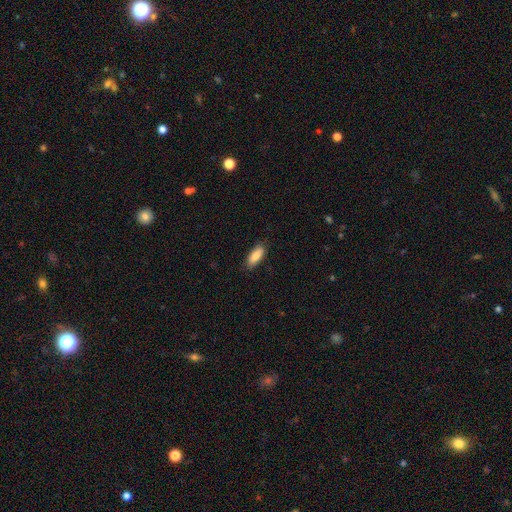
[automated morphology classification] The model was most divided on "how rounded": in between: 73%, cigar-shaped: 25%, round: 2%. More confident: smooth or featured — smooth (85%); merging — none (84%).